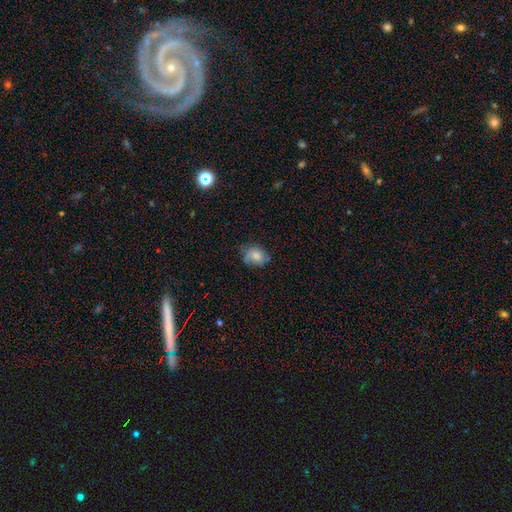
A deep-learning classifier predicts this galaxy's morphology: smooth-or-featured: smooth: 65% | featured or disk: 25% | star or artifact: 10%
  how-rounded: in between: 53% | round: 46% | cigar-shaped: 1%
  merging: none: 52% | minor disturbance: 31% | major disturbance: 14% | merger: 3%